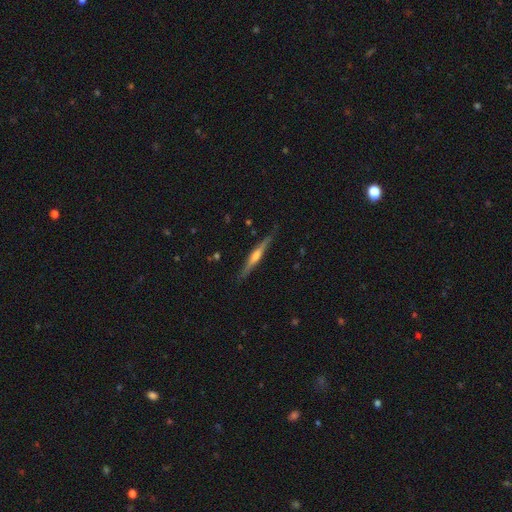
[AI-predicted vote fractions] A featured or disk galaxy (69%) viewed edge-on (97%) with a rounded central bulge (77%).

Vote fractions:
- Smooth or featured? featured or disk: 69% / smooth: 25% / star or artifact: 6%
- Edge-on disk? yes: 97% / no: 3%
- Edge-on bulge? rounded: 77% / none: 12% / boxy: 11%
- Merging? none: 86% / minor disturbance: 11% / major disturbance: 2% / merger: 1%